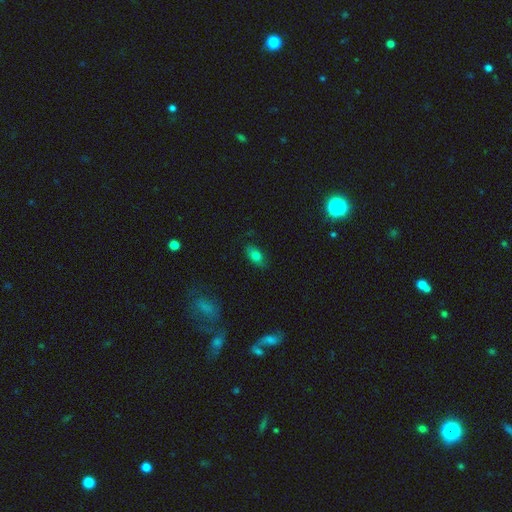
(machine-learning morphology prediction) type=smooth (73%); roundness=in between (88%); merging=none (80%).